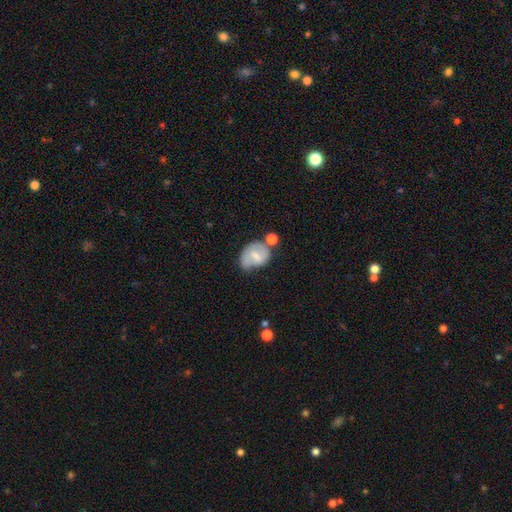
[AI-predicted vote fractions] A smooth galaxy with no disk features (54%) that is in between round and cigar-shaped (65%).

Vote fractions:
- Smooth or featured? smooth: 54% / featured or disk: 38% / star or artifact: 8%
- How rounded? in between: 65% / round: 34% / cigar-shaped: 1%
- Merging? none: 38% / minor disturbance: 30% / merger: 19% / major disturbance: 13%